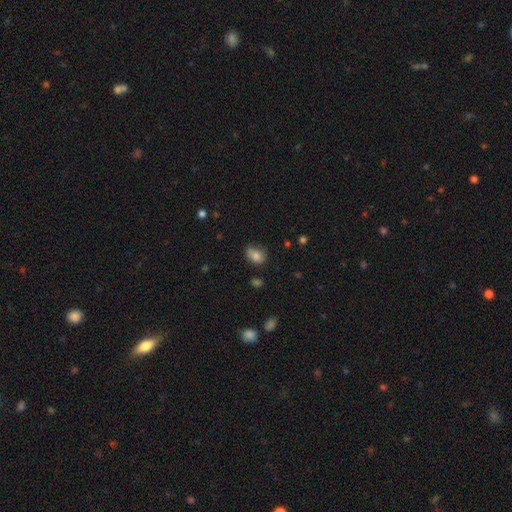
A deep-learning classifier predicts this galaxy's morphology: A smooth galaxy with no disk features (78%) that is in between round and cigar-shaped (55%). Merging: none (55%).